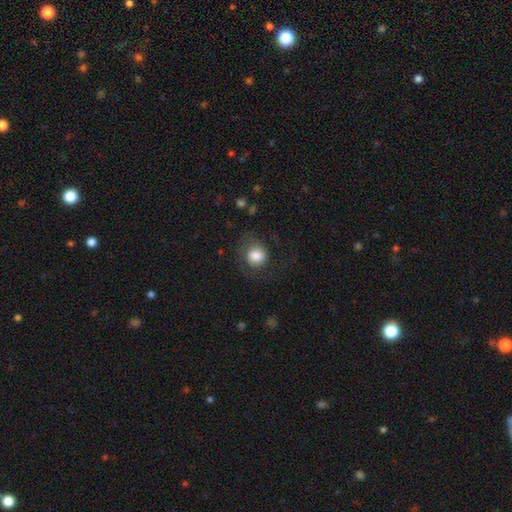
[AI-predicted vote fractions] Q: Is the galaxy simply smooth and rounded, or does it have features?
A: smooth — 72%.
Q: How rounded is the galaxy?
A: round — 77%.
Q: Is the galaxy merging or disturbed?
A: none — 51%.